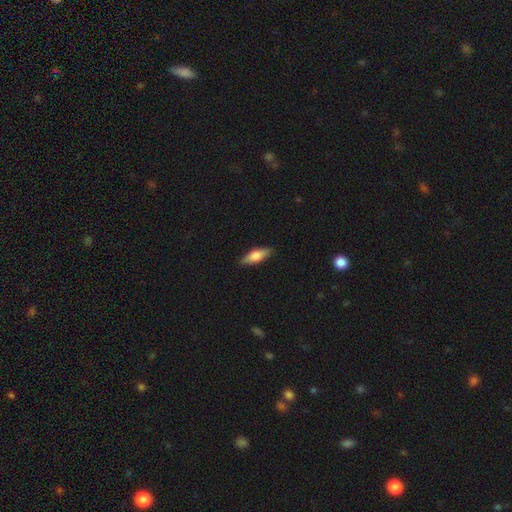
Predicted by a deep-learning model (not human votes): Morphology: type=smooth (67%); roundness=in between (62%); merging=none (87%).